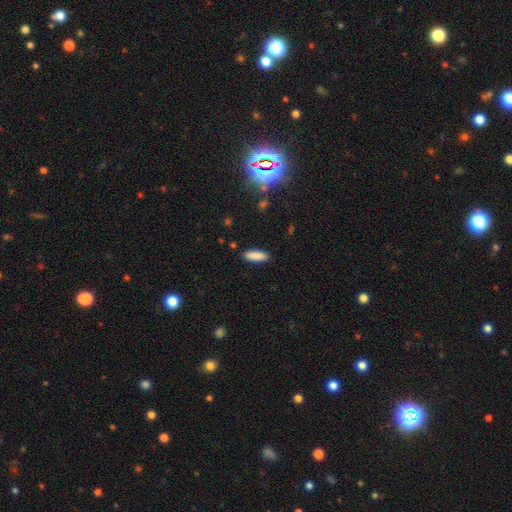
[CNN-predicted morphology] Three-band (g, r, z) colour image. It shows a smooth galaxy with no disk features (87%) that is in between round and cigar-shaped (53%). Merging: none (89%).